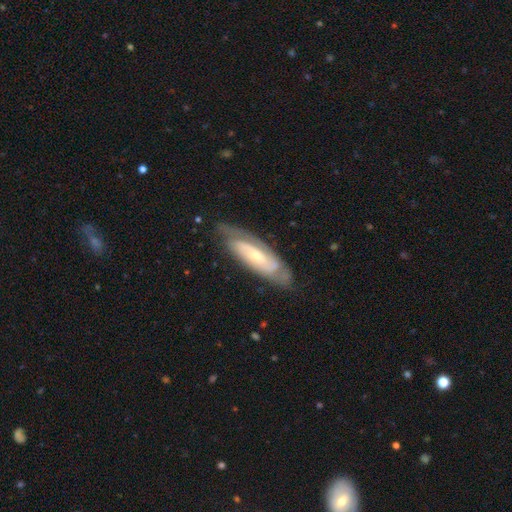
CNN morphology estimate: This appears to be a featured or disk galaxy (76%) with no bar (54%), 2 (49%) tight (57%) spiral arms (91%) and a small central bulge (54%). Merging: none (72%).